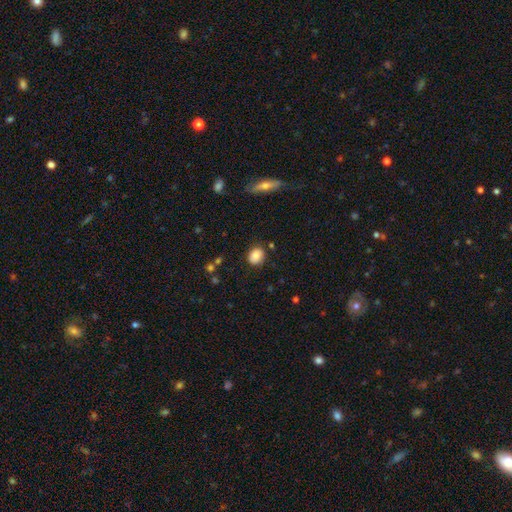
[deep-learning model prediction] smooth_or_featured: smooth (p=0.84) [alt: star or artifact p=0.09]
how_rounded: round (p=0.60) [alt: in between p=0.39]
merging: none (p=0.82) [alt: minor disturbance p=0.13]